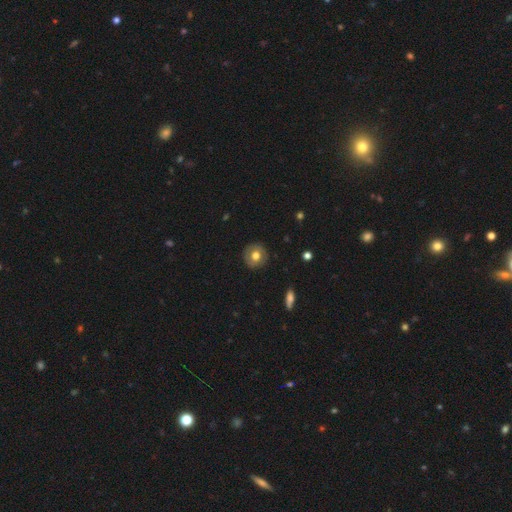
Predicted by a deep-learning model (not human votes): smooth 65%, featured or disk 27%, star or artifact 8%. Down the decision tree: how rounded — round (91%); merging — none (89%).